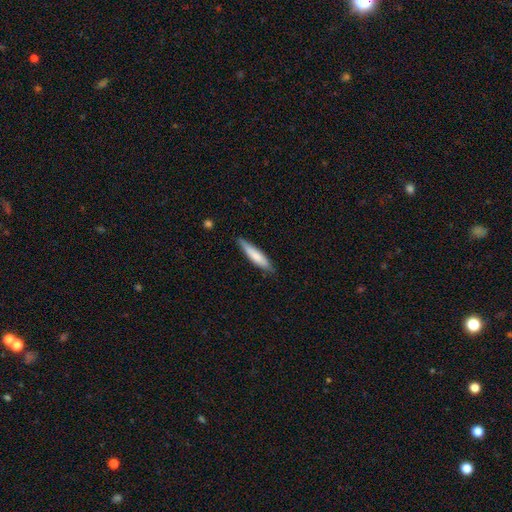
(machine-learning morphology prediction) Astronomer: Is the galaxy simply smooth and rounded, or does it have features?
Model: smooth — 73%.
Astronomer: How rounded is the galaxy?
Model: cigar-shaped — 83%.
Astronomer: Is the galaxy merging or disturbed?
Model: none — 81%.